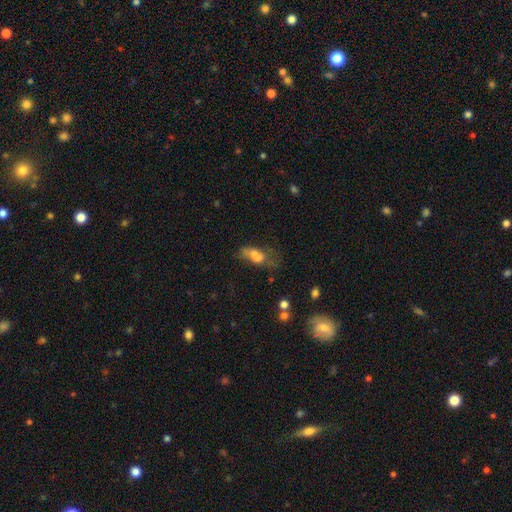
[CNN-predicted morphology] Smooth or featured?
  - smooth: 62% *
  - featured or disk: 26%
  - star or artifact: 12%
How rounded?
  - in between: 79% *
  - cigar-shaped: 15%
  - round: 6%
Merging?
  - major disturbance: 35% *
  - none: 29%
  - minor disturbance: 24%
  - merger: 13%